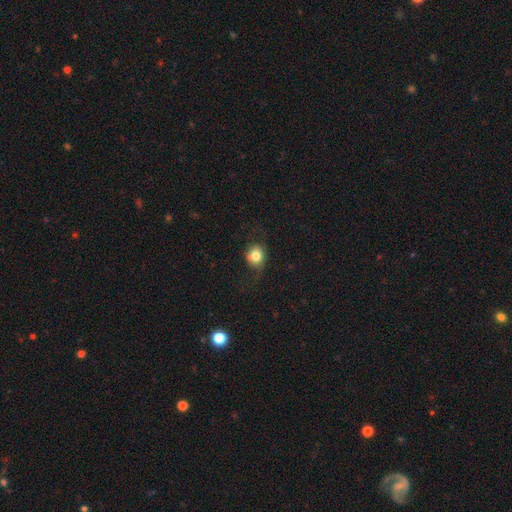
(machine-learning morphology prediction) A smooth galaxy with no disk features (74%) that is round (71%).

Vote fractions:
- Smooth or featured? smooth: 74% / featured or disk: 16% / star or artifact: 10%
- How rounded? round: 71% / in between: 28% / cigar-shaped: 1%
- Merging? none: 59% / minor disturbance: 23% / major disturbance: 16% / merger: 2%